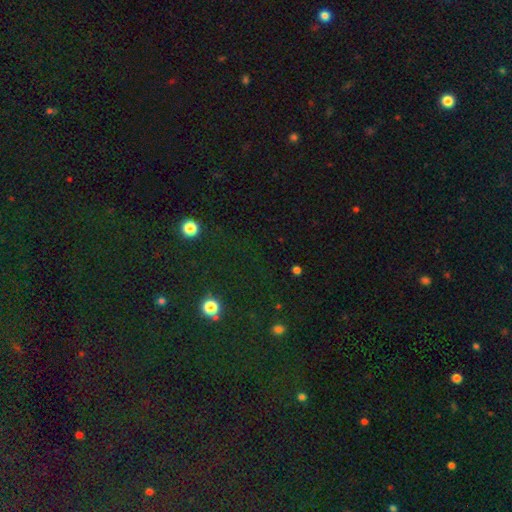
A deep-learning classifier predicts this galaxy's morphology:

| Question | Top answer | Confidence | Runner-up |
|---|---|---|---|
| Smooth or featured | star or artifact | 65% | smooth (27%) |